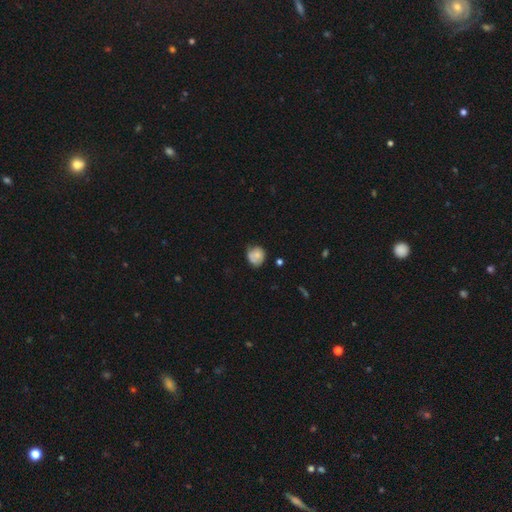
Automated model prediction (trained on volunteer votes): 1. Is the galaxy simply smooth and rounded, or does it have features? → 69% smooth, 23% featured or disk, 8% star or artifact.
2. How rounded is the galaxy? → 77% round, 22% in between, 1% cigar-shaped.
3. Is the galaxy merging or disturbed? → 53% none, 30% minor disturbance, 9% major disturbance, 8% merger.